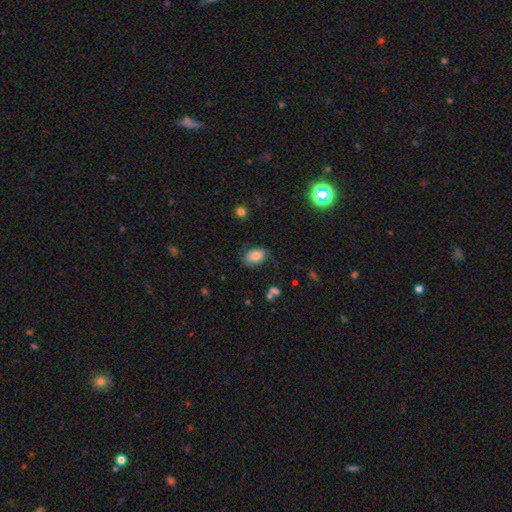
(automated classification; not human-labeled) smooth-or-featured: smooth: 73% | featured or disk: 18% | star or artifact: 9%
  how-rounded: in between: 87% | round: 12% | cigar-shaped: 1%
  merging: none: 61% | minor disturbance: 26% | major disturbance: 11% | merger: 2%